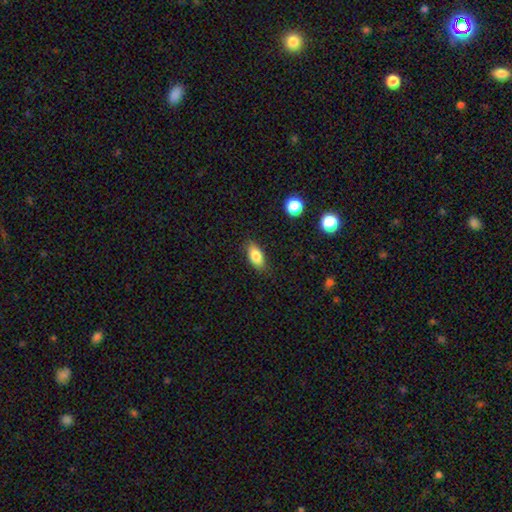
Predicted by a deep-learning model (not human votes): Overall: smooth (84%). How rounded: in between (89%). Merging: none (84%).